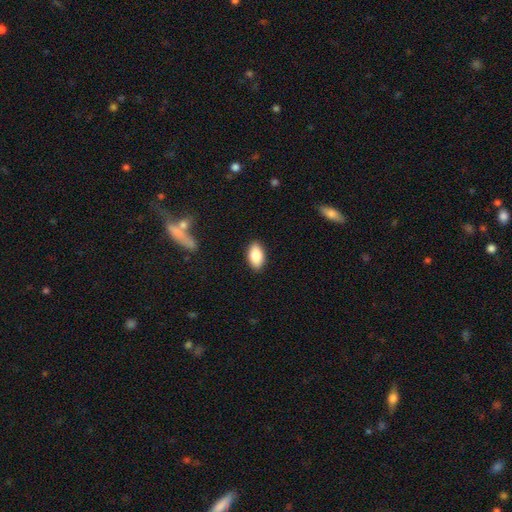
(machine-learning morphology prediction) Q: Smooth or featured?
A: smooth (85%); runner-up: featured or disk (9%)
Q: How rounded?
A: in between (92%); runner-up: round (4%)
Q: Merging?
A: none (88%); runner-up: minor disturbance (9%)